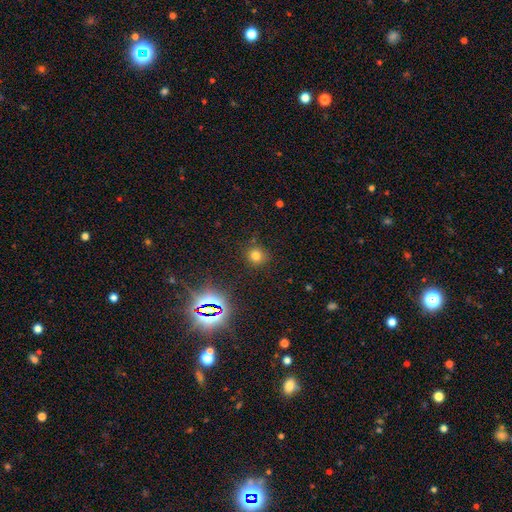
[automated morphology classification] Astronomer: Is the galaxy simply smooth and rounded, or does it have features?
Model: smooth — 71%.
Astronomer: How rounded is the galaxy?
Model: round — 89%.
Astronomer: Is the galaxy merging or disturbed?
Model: none — 84%.